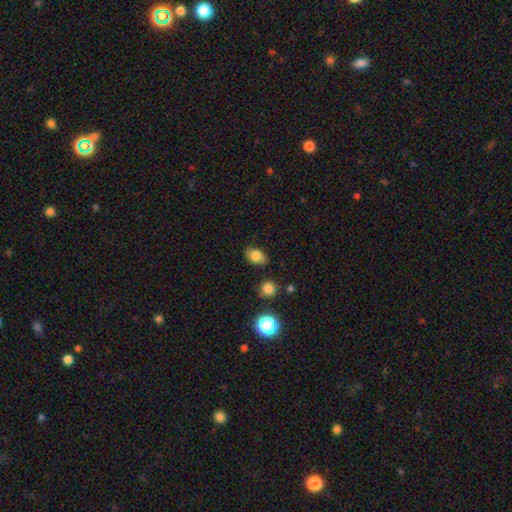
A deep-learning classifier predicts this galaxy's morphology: Overall: smooth (81%). How rounded: in between (81%). Merging: none (82%).